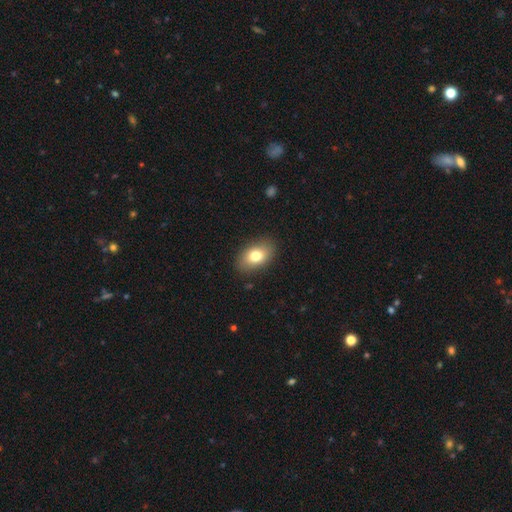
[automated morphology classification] Q: Smooth or featured?
A: smooth (77%); runner-up: featured or disk (14%)
Q: How rounded?
A: in between (86%); runner-up: round (12%)
Q: Merging?
A: none (86%); runner-up: minor disturbance (10%)